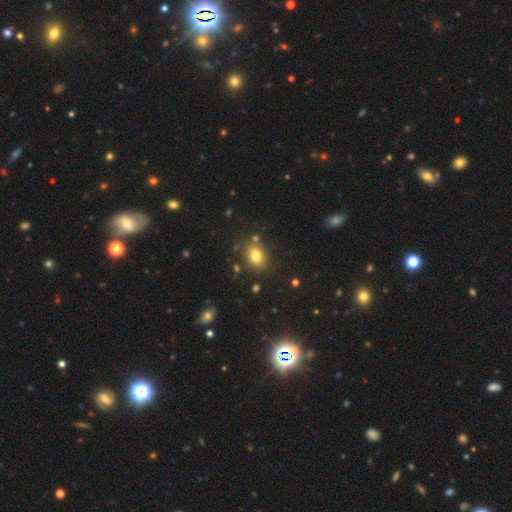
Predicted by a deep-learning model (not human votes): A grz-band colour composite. It shows a smooth galaxy with no disk features (79%) that is in between round and cigar-shaped (60%). Merging: none (81%).